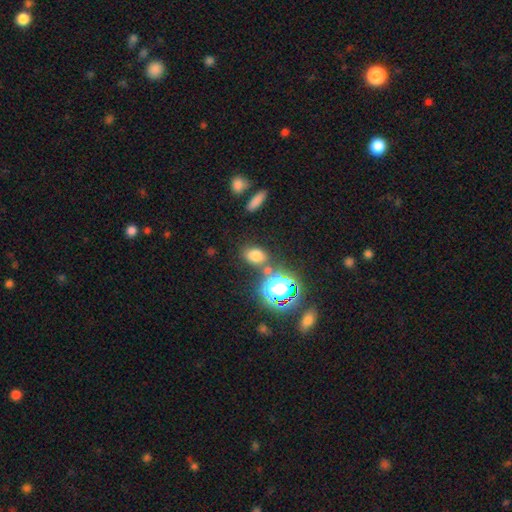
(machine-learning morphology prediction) A smooth galaxy with no disk features (70%) that is in between round and cigar-shaped (69%). Merging: none (70%).